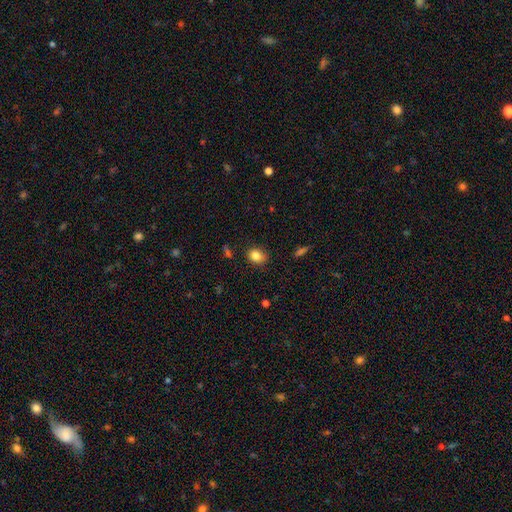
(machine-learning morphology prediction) Smooth or featured? Predicted: smooth (p=0.84). How rounded? Predicted: round (p=0.54). Merging? Predicted: none (p=0.80).